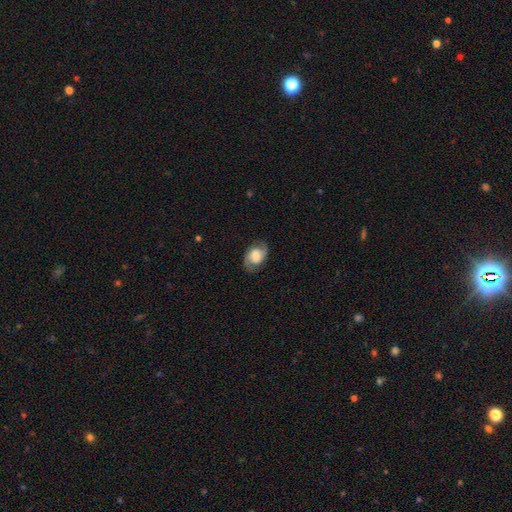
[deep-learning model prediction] Smooth or featured: featured or disk — 66% (smooth — 27%)
Edge-on disk: no — 96% (yes — 4%)
Bar: weak — 42% (no — 41%)
Spiral arms: yes — 90% (no — 10%)
Spiral winding: medium — 49% (tight — 27%)
Spiral arm count: 2 — 90% (can't tell — 5%)
Bulge size: moderate — 38% (large — 28%)
Merging: none — 80% (minor disturbance — 14%)